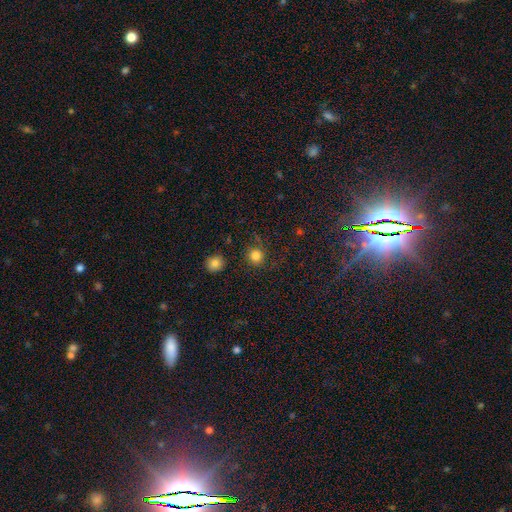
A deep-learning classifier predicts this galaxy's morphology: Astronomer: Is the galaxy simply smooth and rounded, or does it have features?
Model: smooth — 81%.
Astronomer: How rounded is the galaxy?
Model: round — 91%.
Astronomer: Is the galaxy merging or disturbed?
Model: none — 80%.